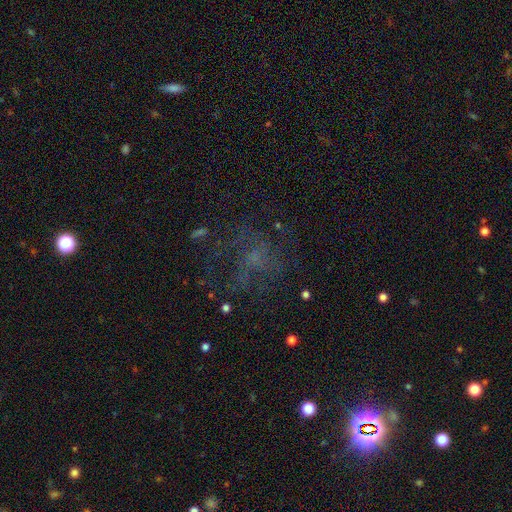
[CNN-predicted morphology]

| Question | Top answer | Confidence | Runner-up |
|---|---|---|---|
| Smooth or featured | featured or disk | 43% | star or artifact (33%) |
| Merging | none | 55% | major disturbance (27%) |